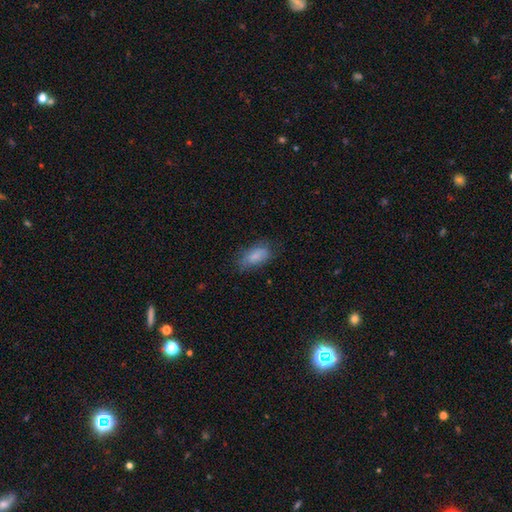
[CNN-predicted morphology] type=smooth (81%); roundness=in between (90%); merging=none (69%).